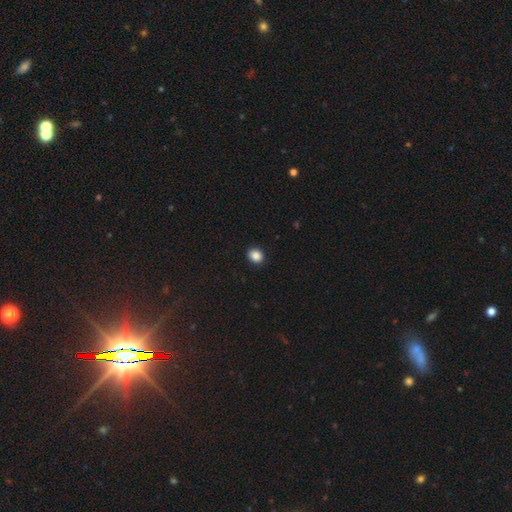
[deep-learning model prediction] A smooth galaxy with no disk features (87%) that is round (66%). Merging: none (92%).